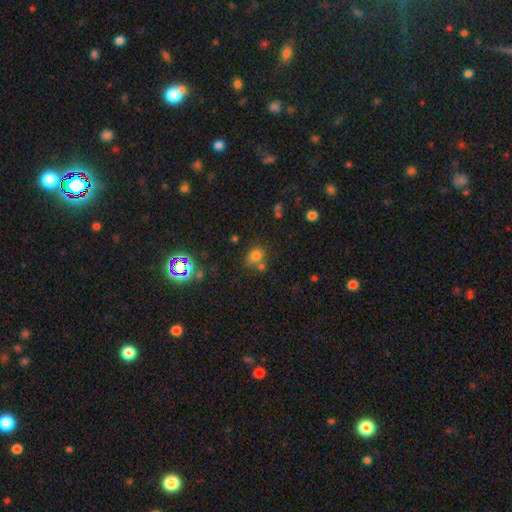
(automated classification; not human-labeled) This is likely a smooth galaxy (71%). How rounded: likely round (62%). Merging: possibly none (57%).